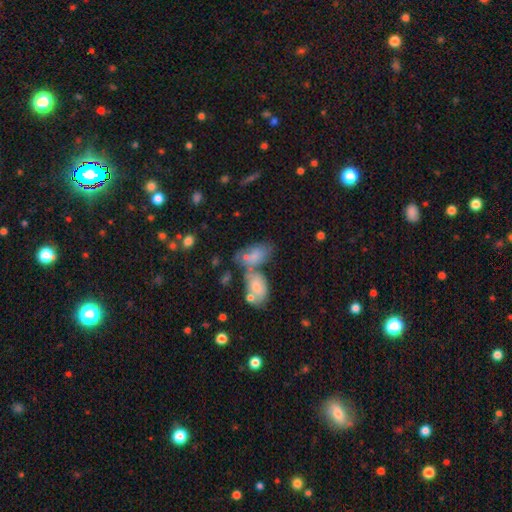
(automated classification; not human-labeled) This appears to be a smooth galaxy with no disk features (67%) that is in between round and cigar-shaped (90%). Merging: merger (49%).